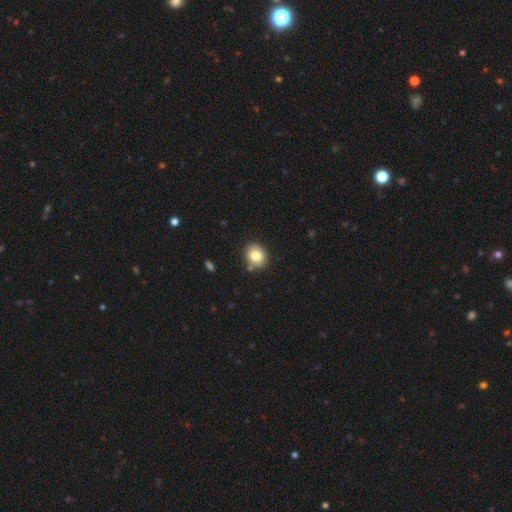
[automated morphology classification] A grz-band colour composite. It shows a smooth galaxy with no disk features (82%) that is round (66%). Merging: none (85%).